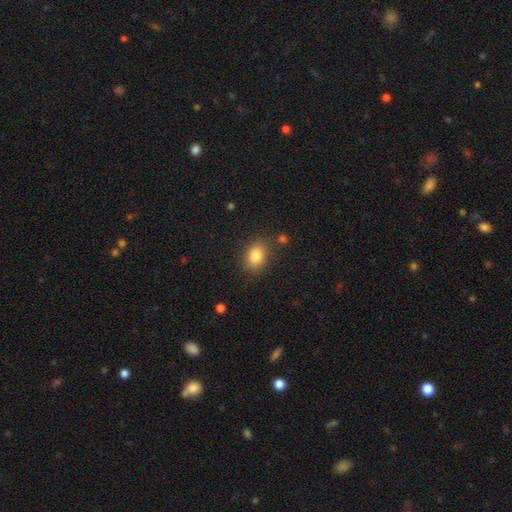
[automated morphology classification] This is clearly a smooth galaxy (83%). How rounded: likely in between (66%). Merging: clearly none (81%).